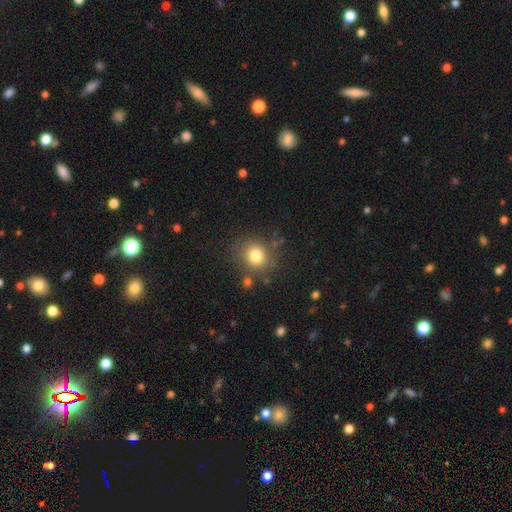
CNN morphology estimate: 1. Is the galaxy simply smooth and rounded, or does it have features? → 80% smooth, 11% star or artifact, 8% featured or disk.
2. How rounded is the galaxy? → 80% round, 19% in between, 1% cigar-shaped.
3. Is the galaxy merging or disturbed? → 78% none, 12% minor disturbance, 5% merger, 5% major disturbance.